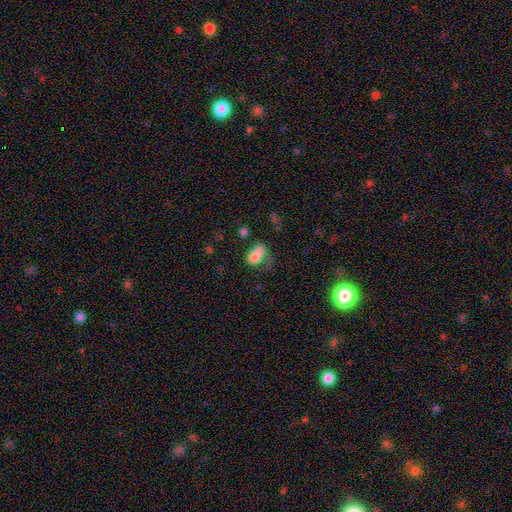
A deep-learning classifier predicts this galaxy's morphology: Overall: smooth (73%). How rounded: in between (80%). Merging: major disturbance (28%; none 26%).